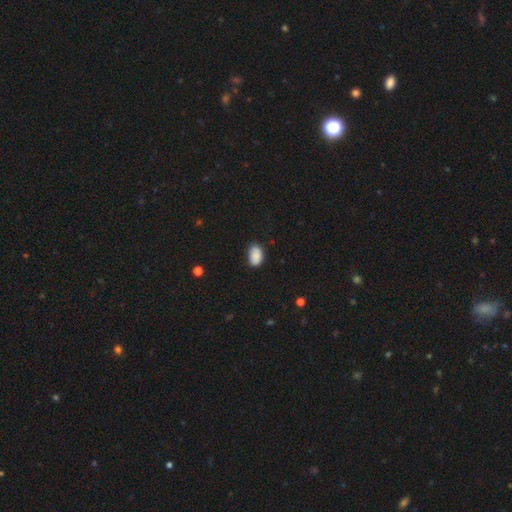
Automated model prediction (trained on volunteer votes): Smooth or featured? Predicted: smooth (p=0.87). How rounded? Predicted: in between (p=0.90). Merging? Predicted: none (p=0.77).